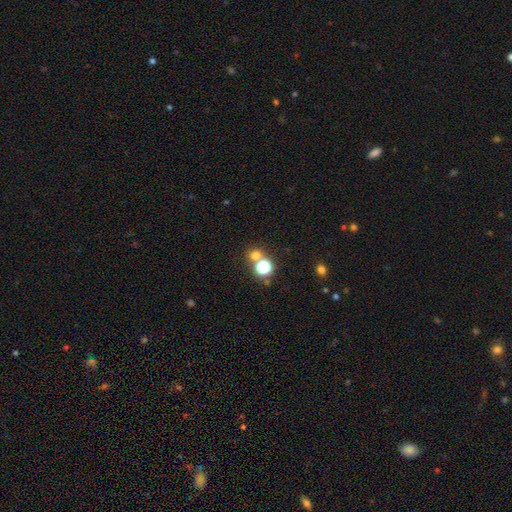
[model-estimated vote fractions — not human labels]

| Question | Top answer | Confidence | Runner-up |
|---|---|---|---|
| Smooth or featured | smooth | 63% | star or artifact (30%) |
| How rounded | round | 84% | in between (15%) |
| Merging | none | 62% | merger (28%) |